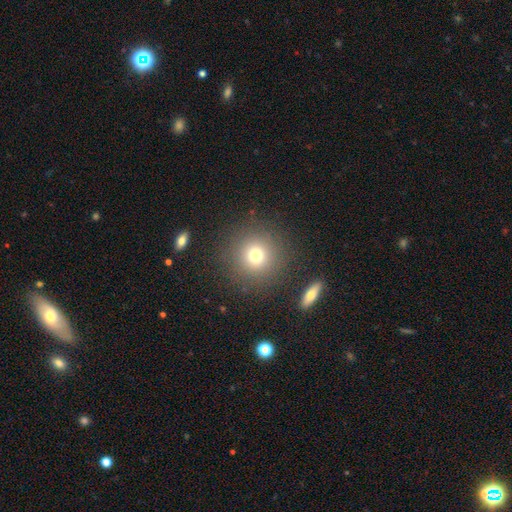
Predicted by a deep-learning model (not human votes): Q: Smooth or featured?
A: smooth (73%); runner-up: star or artifact (16%)
Q: How rounded?
A: round (94%); runner-up: in between (5%)
Q: Merging?
A: none (87%); runner-up: minor disturbance (6%)